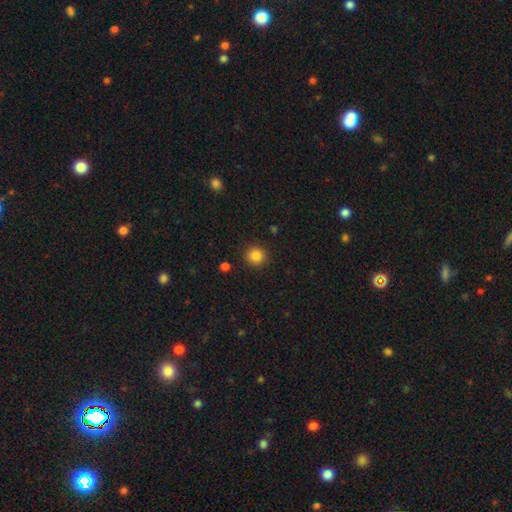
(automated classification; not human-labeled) This appears to be a smooth galaxy with no disk features (85%) that is round (93%). Merging: none (91%).